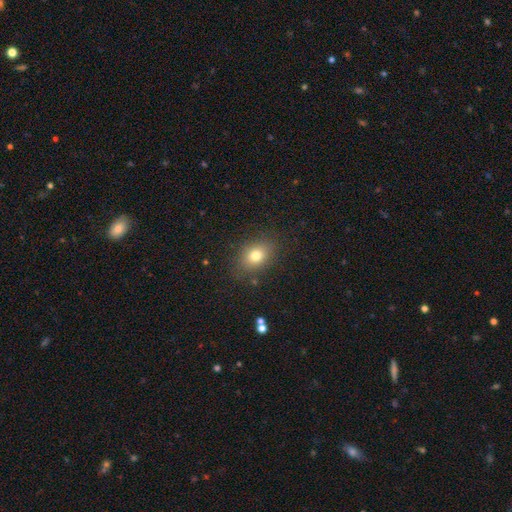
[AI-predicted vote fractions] smooth 77%, star or artifact 12%, featured or disk 11%. Down the decision tree: how rounded — in between (65%); merging — none (85%).